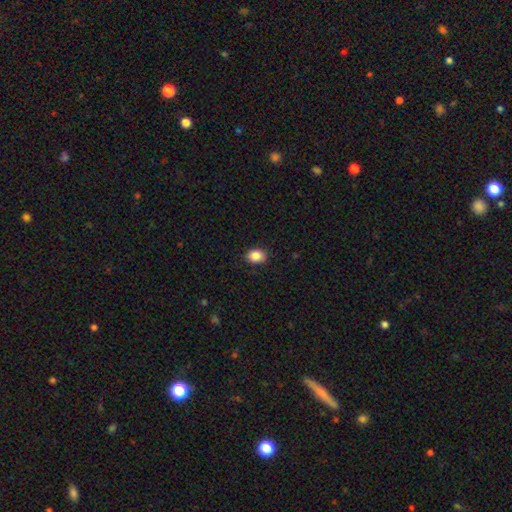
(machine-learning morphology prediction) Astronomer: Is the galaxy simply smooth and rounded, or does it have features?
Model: smooth — 87%.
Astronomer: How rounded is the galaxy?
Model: in between — 64%.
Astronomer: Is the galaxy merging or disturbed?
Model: none — 87%.